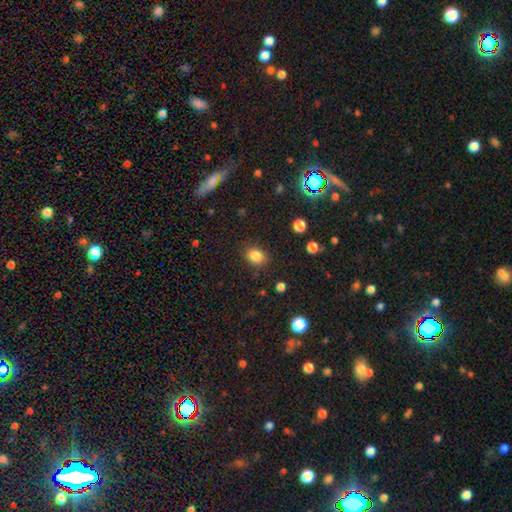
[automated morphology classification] A smooth galaxy with no disk features (84%) that is in between round and cigar-shaped (53%).

Vote fractions:
- Smooth or featured? smooth: 84% / star or artifact: 11% / featured or disk: 4%
- How rounded? in between: 53% / round: 46% / cigar-shaped: 1%
- Merging? none: 84% / minor disturbance: 10% / major disturbance: 3% / merger: 2%